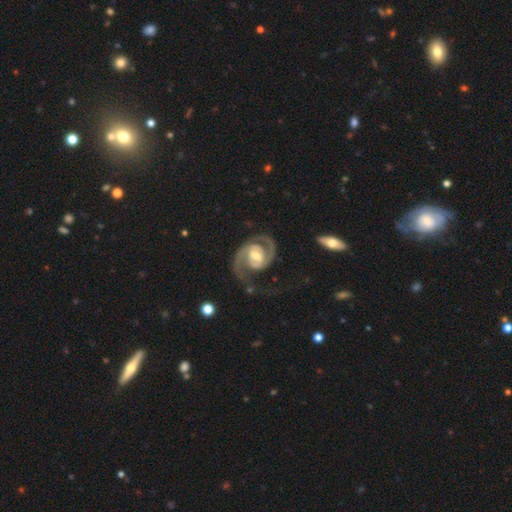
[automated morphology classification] Smooth or featured? Predicted: featured or disk (p=0.91). Edge-on disk? Predicted: no (p=0.98). Bar? Predicted: weak (p=0.53). Spiral arms? Predicted: yes (p=0.97). Spiral winding? Predicted: medium (p=0.51). Spiral arm count? Predicted: 2 (p=0.90). Bulge size? Predicted: moderate (p=0.63). Merging? Predicted: none (p=0.63).